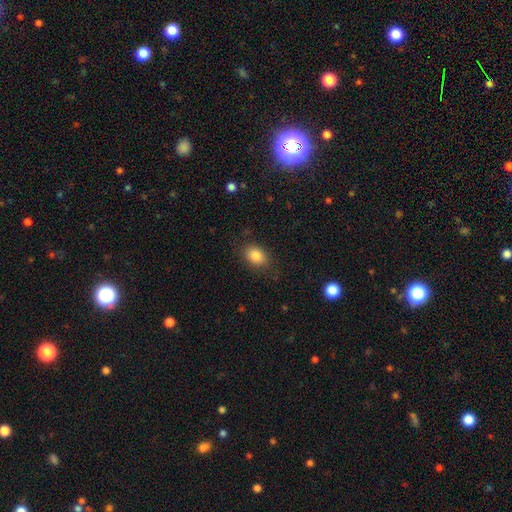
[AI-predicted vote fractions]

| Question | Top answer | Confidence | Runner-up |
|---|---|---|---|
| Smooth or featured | smooth | 84% | star or artifact (9%) |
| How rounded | in between | 78% | round (21%) |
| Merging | none | 82% | minor disturbance (13%) |